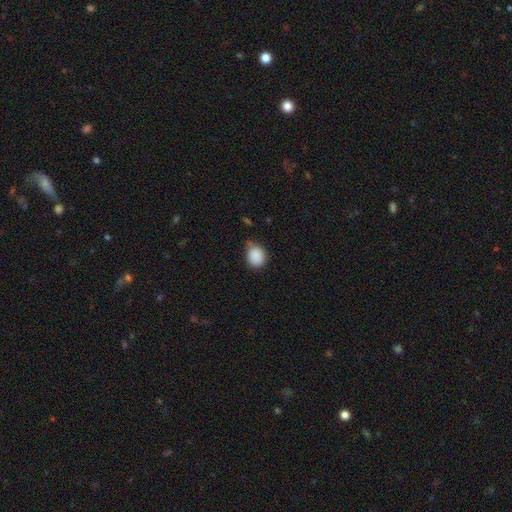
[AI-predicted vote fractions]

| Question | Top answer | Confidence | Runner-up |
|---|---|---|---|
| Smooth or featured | smooth | 88% | star or artifact (8%) |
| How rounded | round | 71% | in between (28%) |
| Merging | none | 60% | minor disturbance (30%) |